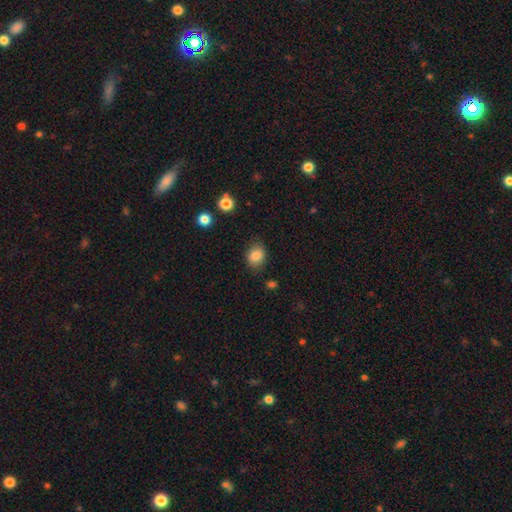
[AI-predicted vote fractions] Smooth or featured? smooth (84%)
How rounded? in between (56%)
Merging? none (79%)